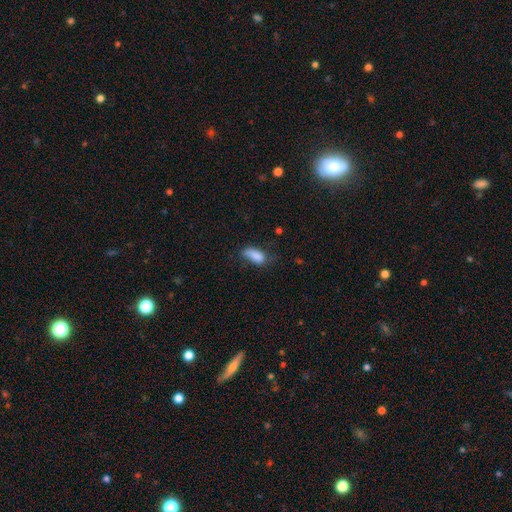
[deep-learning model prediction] smooth_or_featured: smooth (p=0.83) [alt: featured or disk p=0.09]
how_rounded: in between (p=0.88) [alt: cigar-shaped p=0.08]
merging: none (p=0.43) [alt: minor disturbance p=0.35]